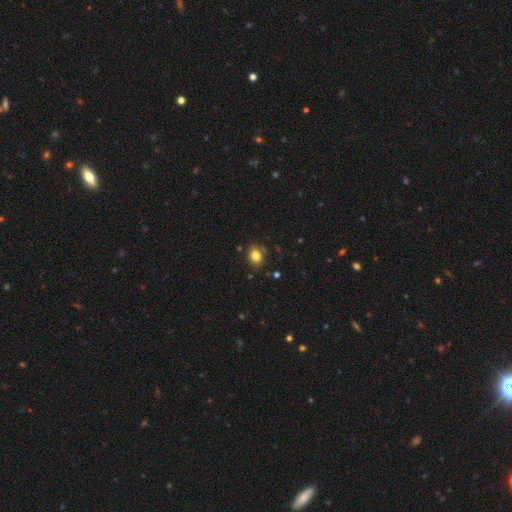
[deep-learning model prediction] Smooth or featured: smooth — 81% (star or artifact — 11%)
How rounded: in between — 62% (round — 37%)
Merging: none — 78% (minor disturbance — 15%)